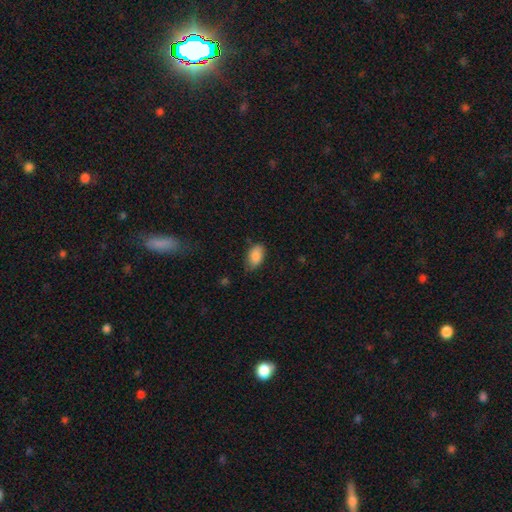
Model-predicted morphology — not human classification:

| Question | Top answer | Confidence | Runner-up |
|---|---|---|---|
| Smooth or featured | smooth | 88% | star or artifact (7%) |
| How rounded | in between | 92% | round (7%) |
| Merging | none | 71% | minor disturbance (23%) |